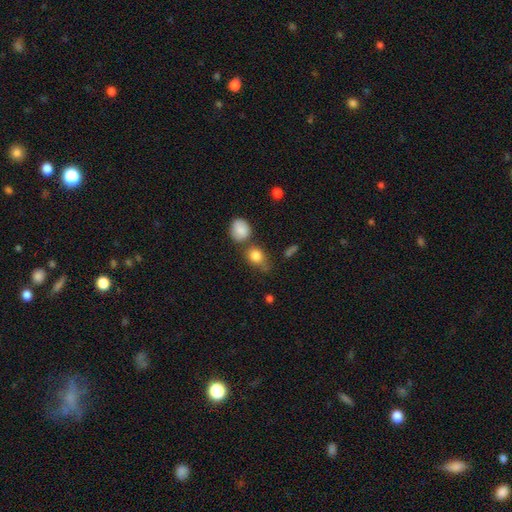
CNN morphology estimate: smooth 83%, star or artifact 9%, featured or disk 7%. Down the decision tree: how rounded — round (60%); merging — none (50%).